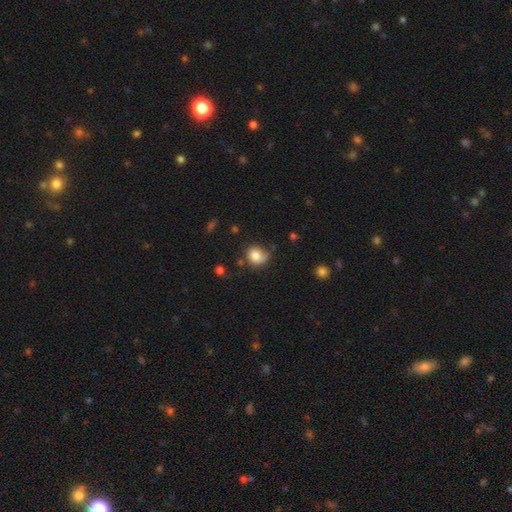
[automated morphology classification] Q: Smooth or featured?
A: smooth (80%); runner-up: featured or disk (10%)
Q: How rounded?
A: round (76%); runner-up: in between (23%)
Q: Merging?
A: none (57%); runner-up: minor disturbance (27%)